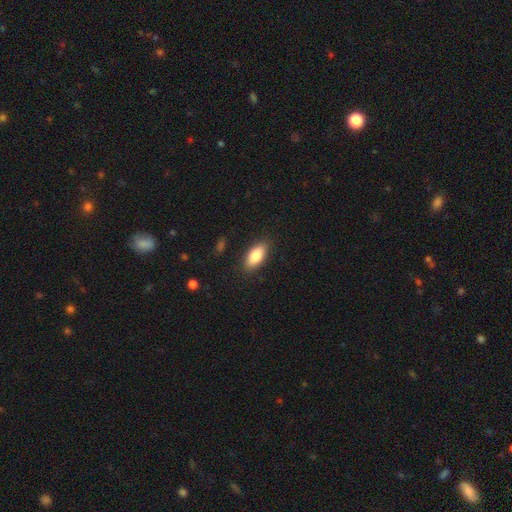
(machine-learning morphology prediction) Smooth or featured? smooth (83%)
How rounded? in between (87%)
Merging? none (87%)